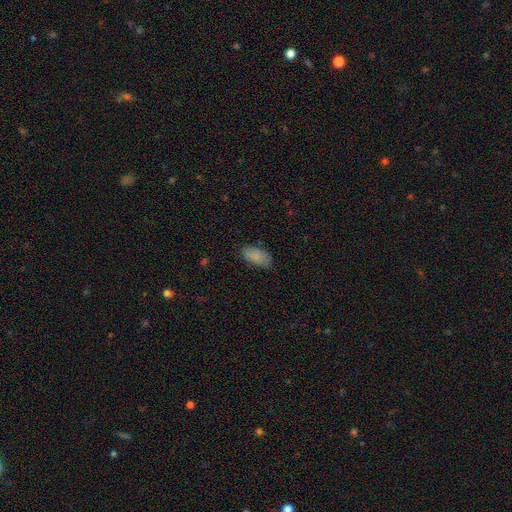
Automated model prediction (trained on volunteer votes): This appears to be a smooth galaxy with no disk features (84%) that is in between round and cigar-shaped (93%). Merging: none (77%).